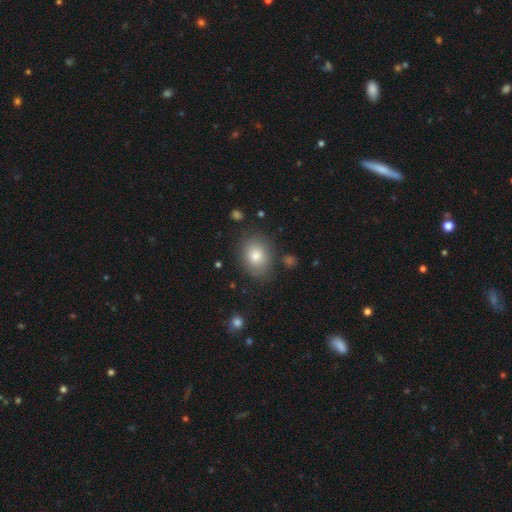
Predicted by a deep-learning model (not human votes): Smooth or featured: smooth — 80% (featured or disk — 11%)
How rounded: in between — 57% (round — 42%)
Merging: none — 80% (minor disturbance — 14%)